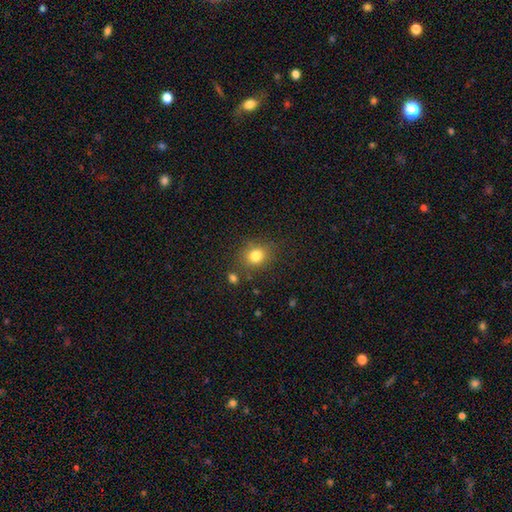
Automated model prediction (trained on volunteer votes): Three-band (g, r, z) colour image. It shows a smooth galaxy with no disk features (81%) that is round (70%). Merging: none (78%).